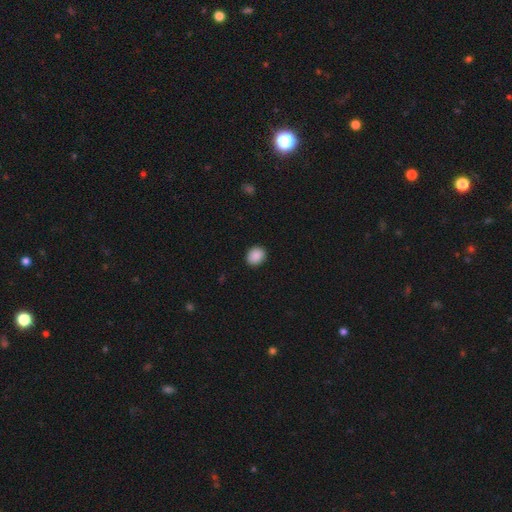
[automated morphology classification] This appears to be a smooth galaxy with no disk features (89%) that is round (60%). Merging: none (90%).